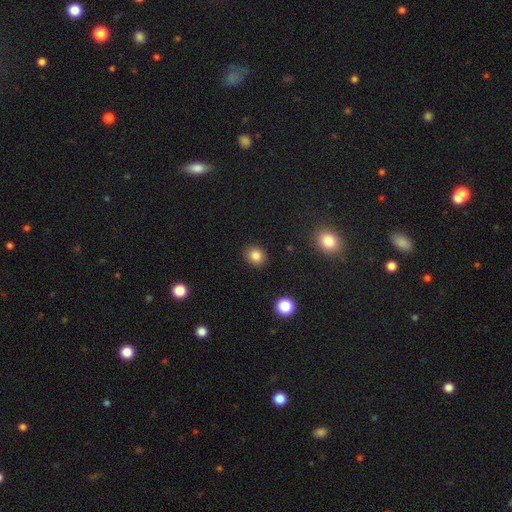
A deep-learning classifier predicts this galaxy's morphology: A smooth galaxy with no disk features (84%) that is round (78%).

Vote fractions:
- Smooth or featured? smooth: 84% / star or artifact: 11% / featured or disk: 5%
- How rounded? round: 78% / in between: 21% / cigar-shaped: 1%
- Merging? none: 90% / minor disturbance: 6% / major disturbance: 2% / merger: 1%